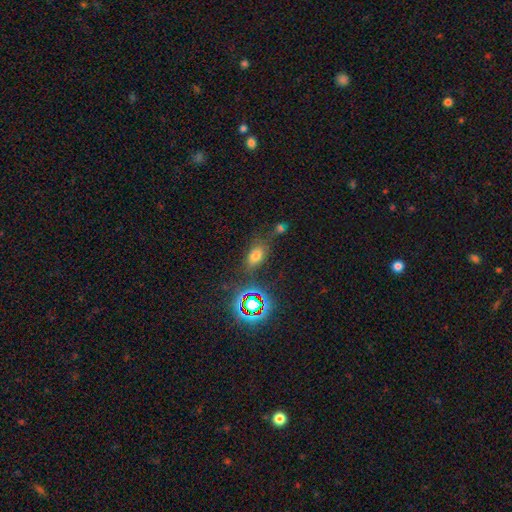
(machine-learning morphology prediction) smooth 63%, star or artifact 25%, featured or disk 11%. Down the decision tree: how rounded — in between (82%); merging — none (71%).